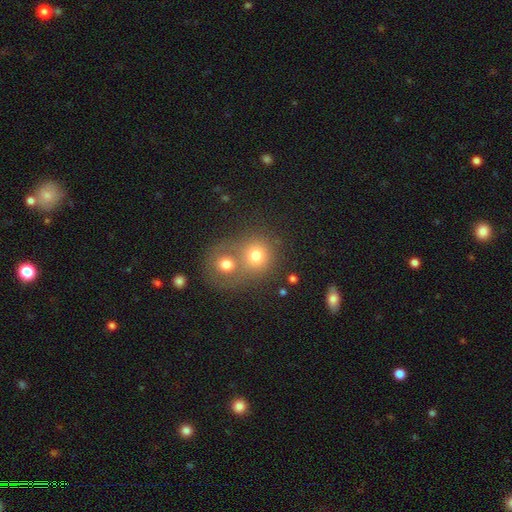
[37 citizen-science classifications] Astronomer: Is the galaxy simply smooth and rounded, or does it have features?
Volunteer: smooth — 78%.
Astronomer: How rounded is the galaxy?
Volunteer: round — 90%.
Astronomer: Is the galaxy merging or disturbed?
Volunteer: merger — 71%.